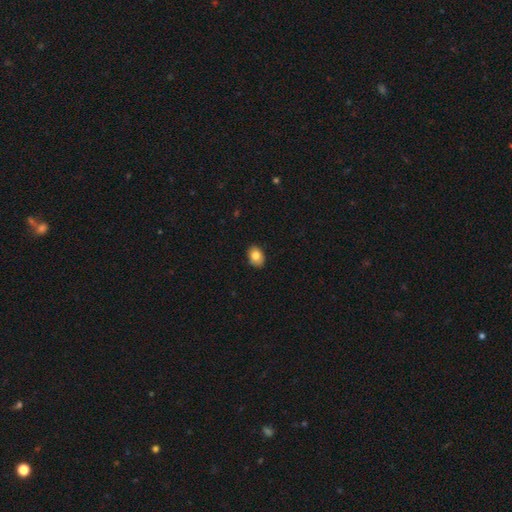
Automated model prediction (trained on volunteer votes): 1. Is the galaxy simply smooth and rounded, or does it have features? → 81% smooth, 11% featured or disk, 8% star or artifact.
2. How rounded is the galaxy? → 71% in between, 28% round, 1% cigar-shaped.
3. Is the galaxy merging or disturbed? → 86% none, 12% minor disturbance, 2% major disturbance, 1% merger.